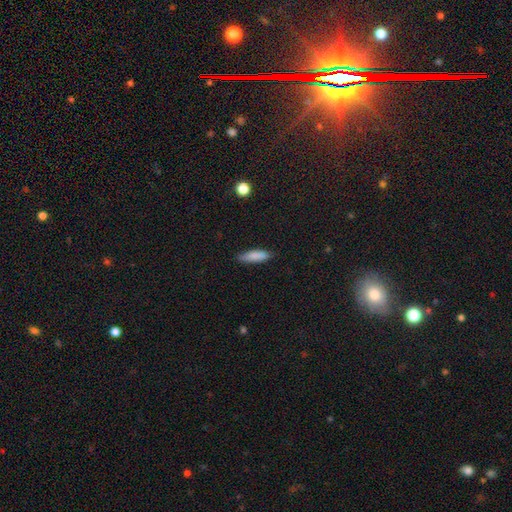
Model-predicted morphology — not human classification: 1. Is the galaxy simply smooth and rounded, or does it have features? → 84% smooth, 9% featured or disk, 7% star or artifact.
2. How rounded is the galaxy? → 61% cigar-shaped, 37% in between, 2% round.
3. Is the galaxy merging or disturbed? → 82% none, 14% minor disturbance, 2% major disturbance, 1% merger.